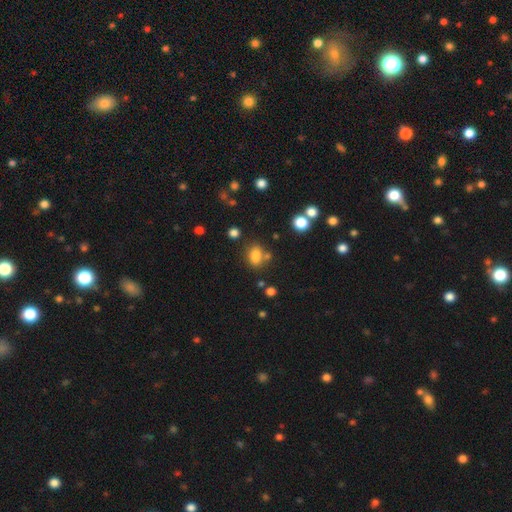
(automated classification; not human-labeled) Smooth or featured?
  - smooth: 81% *
  - star or artifact: 12%
  - featured or disk: 6%
How rounded?
  - in between: 73% *
  - round: 26%
  - cigar-shaped: 2%
Merging?
  - none: 69% *
  - minor disturbance: 14%
  - merger: 12%
  - major disturbance: 5%